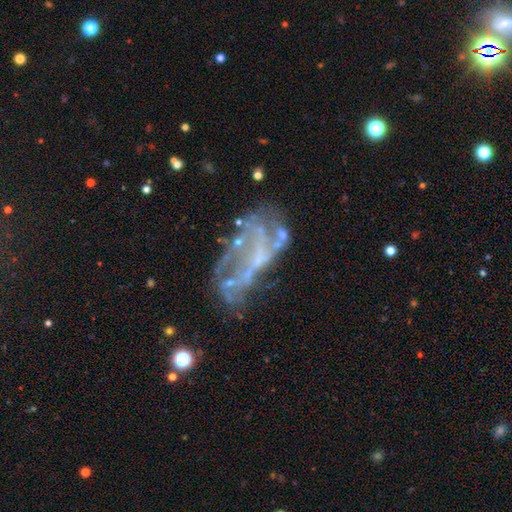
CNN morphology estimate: Smooth or featured?
  - featured or disk: 70% *
  - star or artifact: 15%
  - smooth: 15%
Edge-on disk?
  - no: 94% *
  - yes: 6%
Bar?
  - no: 70% *
  - weak: 20%
  - strong: 11%
Spiral arms?
  - no: 72% *
  - yes: 28%
Bulge size?
  - none: 63% *
  - small: 26%
  - moderate: 8%
  - large: 1%
  - dominant: 1%
Merging?
  - none: 38% *
  - major disturbance: 32%
  - minor disturbance: 20%
  - merger: 10%